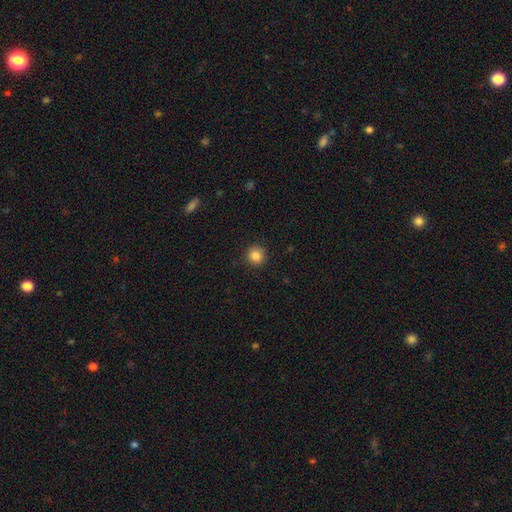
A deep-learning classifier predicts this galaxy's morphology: Smooth or featured?
  - smooth: 85% *
  - star or artifact: 11%
  - featured or disk: 4%
How rounded?
  - round: 93% *
  - in between: 6%
  - cigar-shaped: 1%
Merging?
  - none: 90% *
  - minor disturbance: 7%
  - major disturbance: 2%
  - merger: 1%